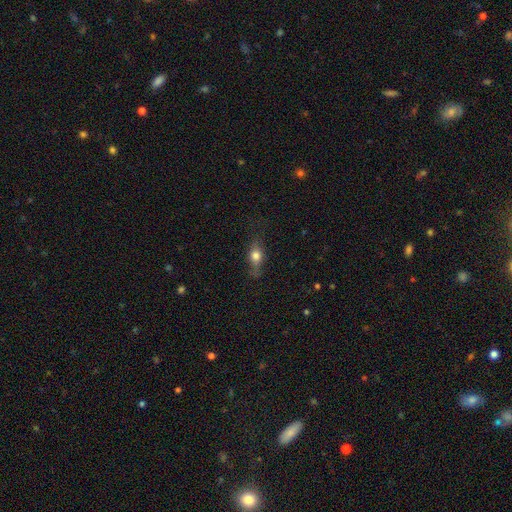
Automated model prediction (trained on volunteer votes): smooth-or-featured: smooth: 65% | featured or disk: 26% | star or artifact: 9%
  how-rounded: in between: 60% | cigar-shaped: 20% | round: 20%
  merging: none: 64% | minor disturbance: 24% | major disturbance: 10% | merger: 2%